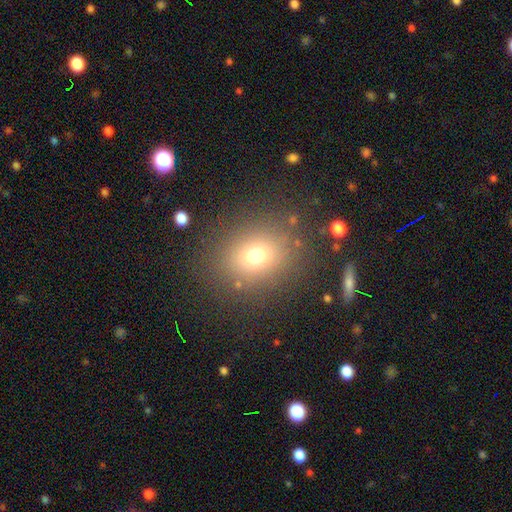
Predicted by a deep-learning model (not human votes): Q: Smooth or featured?
A: smooth (69%); runner-up: star or artifact (20%)
Q: How rounded?
A: round (63%); runner-up: in between (36%)
Q: Merging?
A: none (85%); runner-up: minor disturbance (9%)